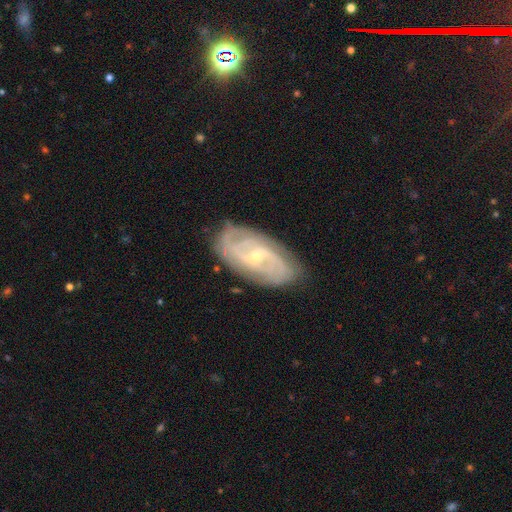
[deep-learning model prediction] Smooth or featured?
  - featured or disk: 86% *
  - smooth: 8%
  - star or artifact: 6%
Edge-on disk?
  - no: 95% *
  - yes: 5%
Bar?
  - weak: 51% *
  - no: 31%
  - strong: 18%
Spiral arms?
  - yes: 96% *
  - no: 4%
Spiral winding?
  - tight: 47% *
  - medium: 39%
  - loose: 14%
Spiral arm count?
  - 2: 43% *
  - can't tell: 25%
  - 3: 15%
  - 4: 8%
  - more than 4: 5%
  - 1: 5%
Bulge size?
  - small: 74% *
  - moderate: 23%
  - none: 2%
  - large: 1%
  - dominant: 1%
Merging?
  - none: 80% *
  - minor disturbance: 15%
  - major disturbance: 4%
  - merger: 1%